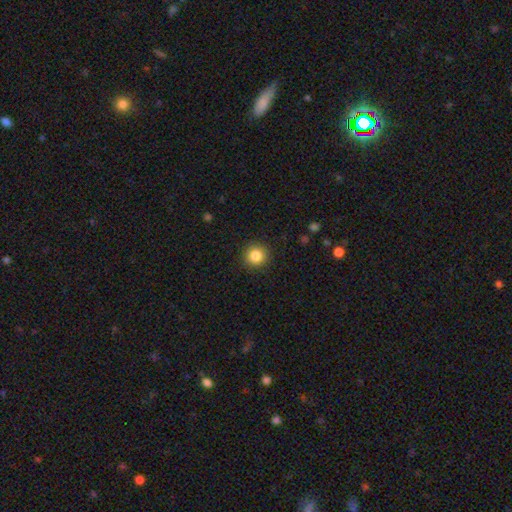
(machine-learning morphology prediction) Smooth or featured? smooth (85%)
How rounded? round (95%)
Merging? none (91%)